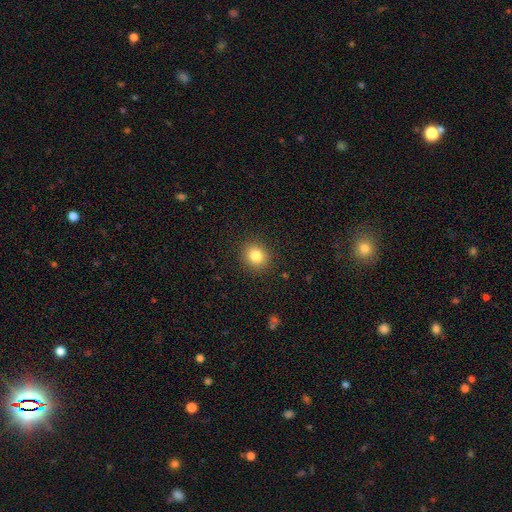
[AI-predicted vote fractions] smooth_or_featured: smooth (p=0.83) [alt: star or artifact p=0.11]
how_rounded: round (p=0.80) [alt: in between p=0.19]
merging: none (p=0.90) [alt: minor disturbance p=0.07]